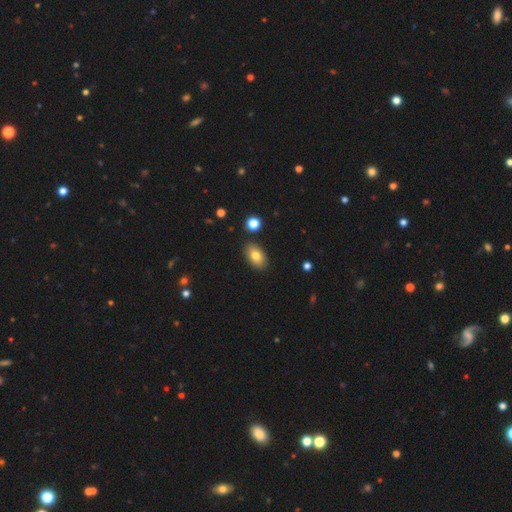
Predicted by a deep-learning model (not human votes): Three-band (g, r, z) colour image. It shows a smooth galaxy with no disk features (79%) that is in between round and cigar-shaped (90%). Merging: none (87%).